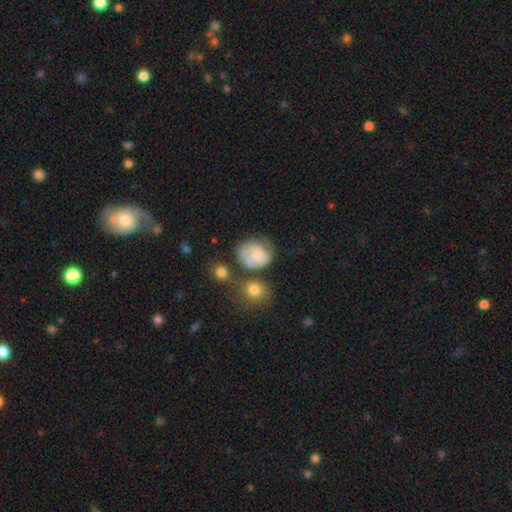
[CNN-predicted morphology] smooth-or-featured: smooth: 55% | featured or disk: 35% | star or artifact: 9%
  how-rounded: round: 63% | in between: 36% | cigar-shaped: 1%
  merging: none: 46% | minor disturbance: 26% | major disturbance: 16% | merger: 12%